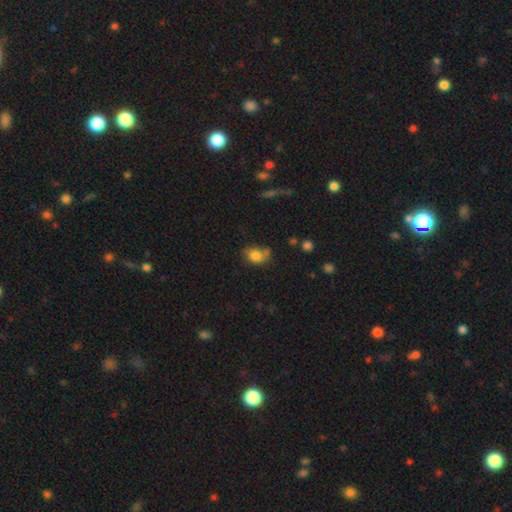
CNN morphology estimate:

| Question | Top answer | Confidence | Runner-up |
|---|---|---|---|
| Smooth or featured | smooth | 78% | featured or disk (11%) |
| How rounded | in between | 63% | round (35%) |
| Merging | none | 48% | minor disturbance (26%) |